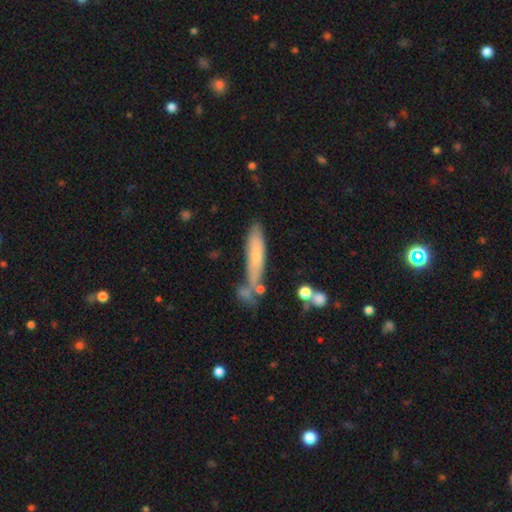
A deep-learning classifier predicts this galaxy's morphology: This appears to be a smooth galaxy with no disk features (64%) that is cigar-shaped (81%). Merging: none (60%).